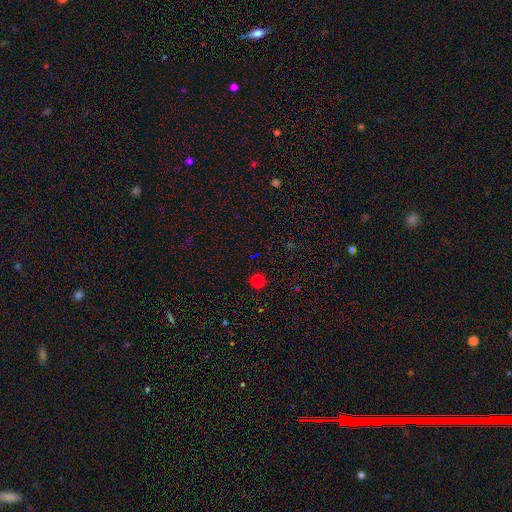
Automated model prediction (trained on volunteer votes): A smooth galaxy with no disk features (57%) that is round (92%). Merging: none (91%).